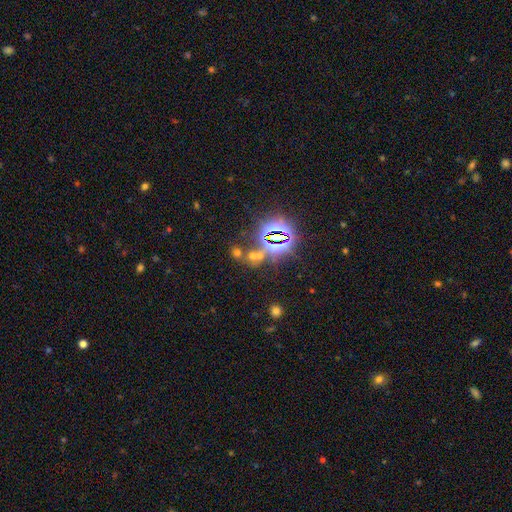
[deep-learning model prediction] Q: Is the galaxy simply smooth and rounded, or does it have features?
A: star or artifact — 56%.